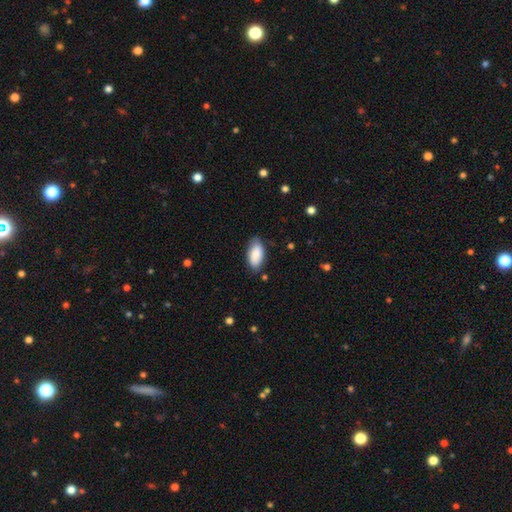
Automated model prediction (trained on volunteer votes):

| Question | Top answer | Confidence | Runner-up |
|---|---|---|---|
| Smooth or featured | smooth | 87% | featured or disk (7%) |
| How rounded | in between | 93% | cigar-shaped (5%) |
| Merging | none | 79% | minor disturbance (17%) |